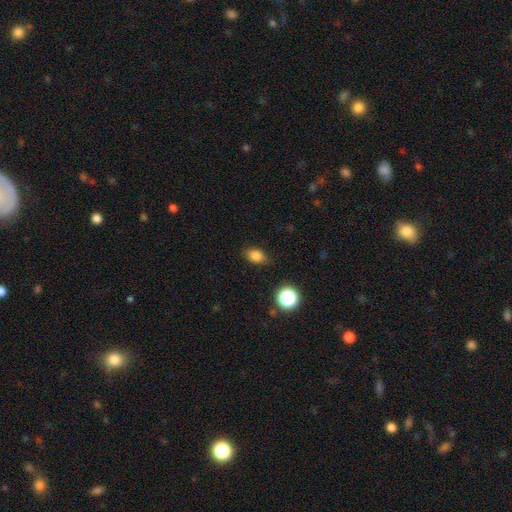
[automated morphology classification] Smooth or featured? smooth (82%)
How rounded? in between (77%)
Merging? none (81%)